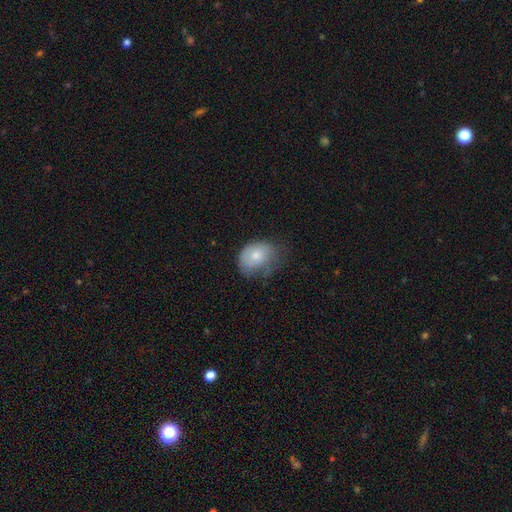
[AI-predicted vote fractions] Smooth or featured?
  - smooth: 73% *
  - featured or disk: 20%
  - star or artifact: 8%
How rounded?
  - in between: 64% *
  - round: 35%
  - cigar-shaped: 1%
Merging?
  - minor disturbance: 38% * (tied)
  - none: 38% * (tied)
  - major disturbance: 22%
  - merger: 2%